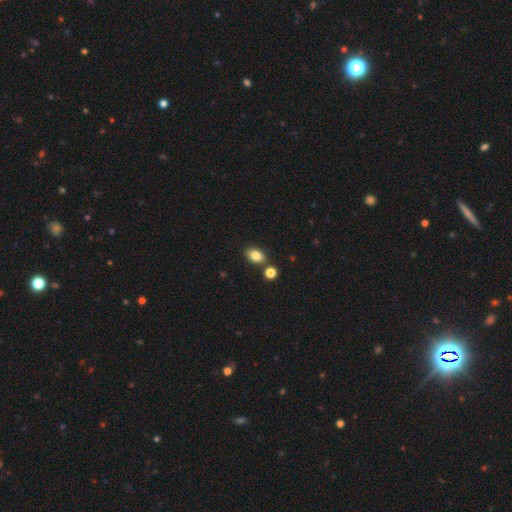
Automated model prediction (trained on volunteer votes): A smooth galaxy with no disk features (83%) that is in between round and cigar-shaped (83%).

Vote fractions:
- Smooth or featured? smooth: 83% / star or artifact: 10% / featured or disk: 7%
- How rounded? in between: 83% / round: 16% / cigar-shaped: 2%
- Merging? none: 77% / merger: 11% / minor disturbance: 10% / major disturbance: 2%